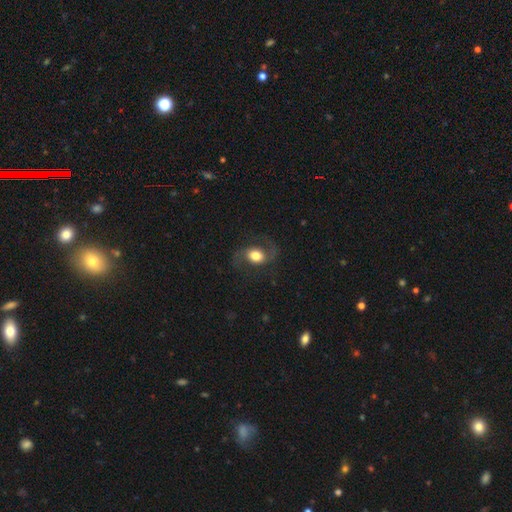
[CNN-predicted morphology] Smooth or featured? Predicted: featured or disk (p=0.63). Edge-on disk? Predicted: no (p=0.96). Bar? Predicted: no (p=0.58). Spiral arms? Predicted: yes (p=0.89). Spiral winding? Predicted: loose (p=0.51). Spiral arm count? Predicted: 2 (p=0.92). Bulge size? Predicted: moderate (p=0.45). Merging? Predicted: none (p=0.72).